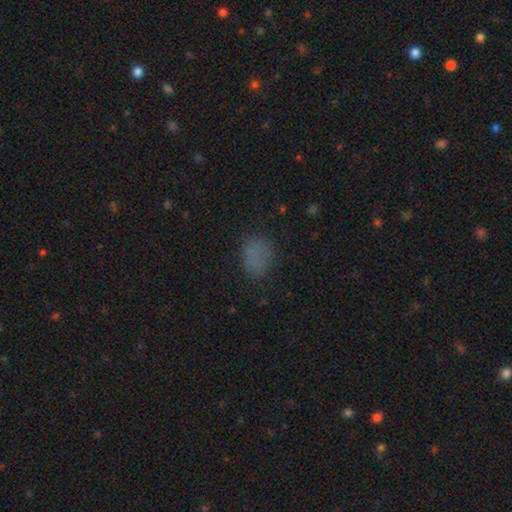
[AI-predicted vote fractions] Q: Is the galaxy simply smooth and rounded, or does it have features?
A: smooth — 73%.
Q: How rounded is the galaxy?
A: in between — 65%.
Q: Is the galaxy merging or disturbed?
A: none — 74%.